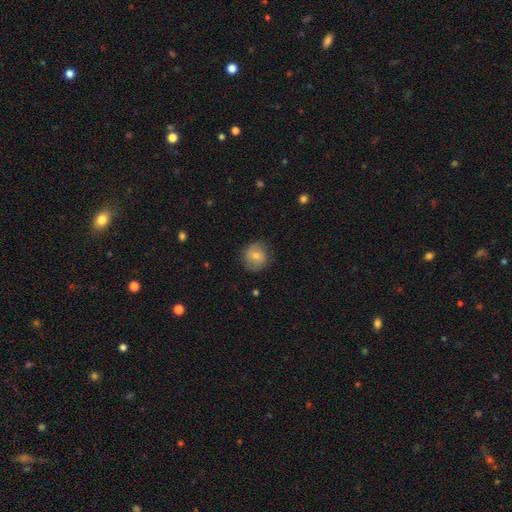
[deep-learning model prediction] A smooth galaxy with no disk features (71%) that is round (89%). Merging: none (84%).